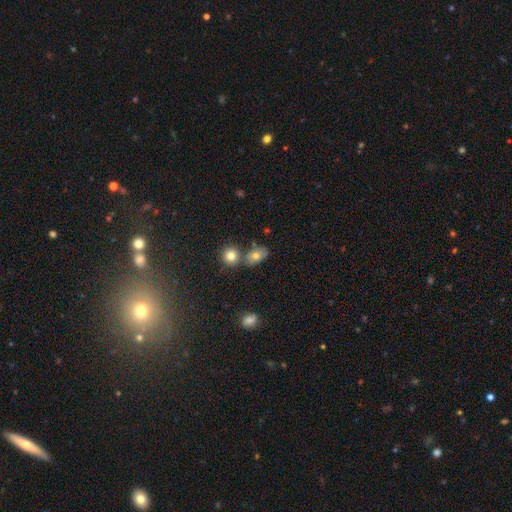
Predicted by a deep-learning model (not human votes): smooth 74%, featured or disk 14%, star or artifact 12%. Down the decision tree: how rounded — in between (70%); merging — none (62%).